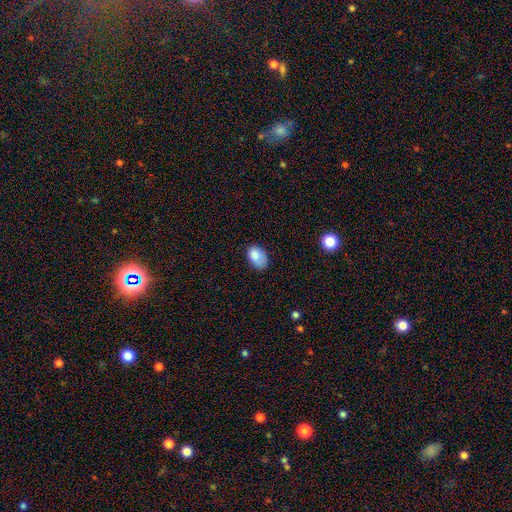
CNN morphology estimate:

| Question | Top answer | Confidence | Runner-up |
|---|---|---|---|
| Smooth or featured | smooth | 82% | featured or disk (10%) |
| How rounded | in between | 86% | round (13%) |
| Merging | none | 55% | minor disturbance (32%) |